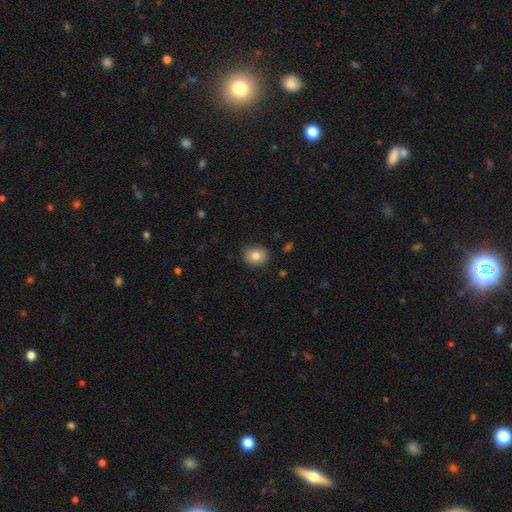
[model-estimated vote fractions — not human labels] Smooth or featured? Predicted: smooth (p=0.82). How rounded? Predicted: round (p=0.67). Merging? Predicted: none (p=0.88).